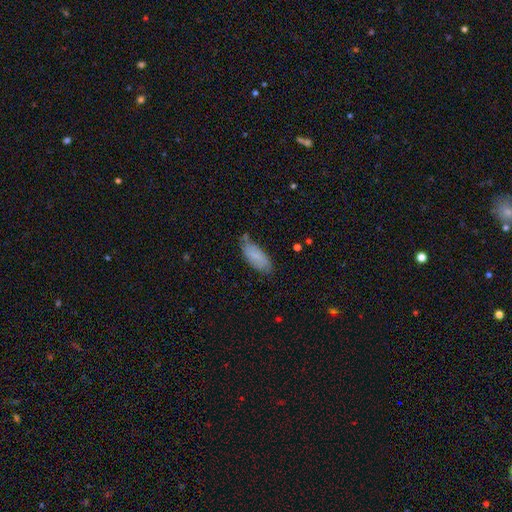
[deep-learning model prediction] smooth-or-featured: smooth: 80% | featured or disk: 13% | star or artifact: 7%
  how-rounded: in between: 84% | cigar-shaped: 14% | round: 2%
  merging: none: 64% | minor disturbance: 26% | major disturbance: 5% | merger: 4%